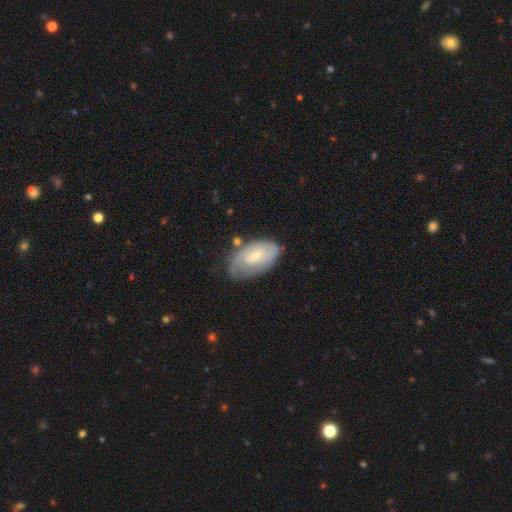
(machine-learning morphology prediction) Smooth or featured? Predicted: featured or disk (p=0.66). Edge-on disk? Predicted: no (p=0.95). Bar? Predicted: no (p=0.53). Spiral arms? Predicted: yes (p=0.83). Spiral winding? Predicted: tight (p=0.58). Spiral arm count? Predicted: can't tell (p=0.42). Bulge size? Predicted: small (p=0.66). Merging? Predicted: none (p=0.59).